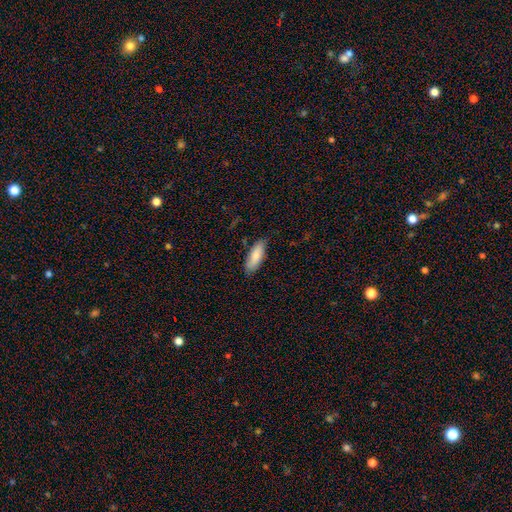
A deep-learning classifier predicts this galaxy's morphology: Q: Smooth or featured?
A: smooth (84%); runner-up: featured or disk (10%)
Q: How rounded?
A: in between (68%); runner-up: cigar-shaped (30%)
Q: Merging?
A: none (81%); runner-up: minor disturbance (15%)